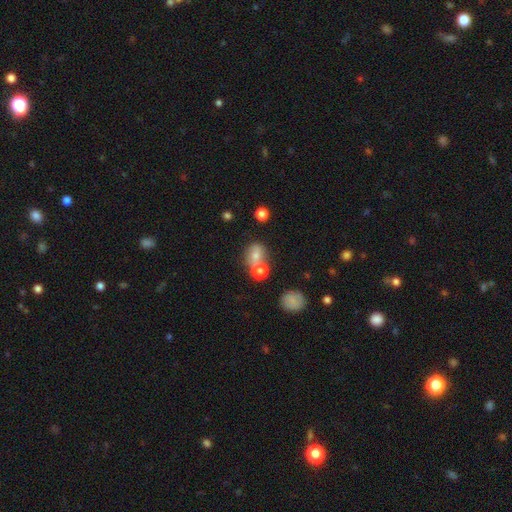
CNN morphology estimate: The model was most divided on "merging": none: 42%, merger: 39%, minor disturbance: 12%, major disturbance: 6%. More confident: smooth or featured — smooth (69%); how rounded — round (53%).